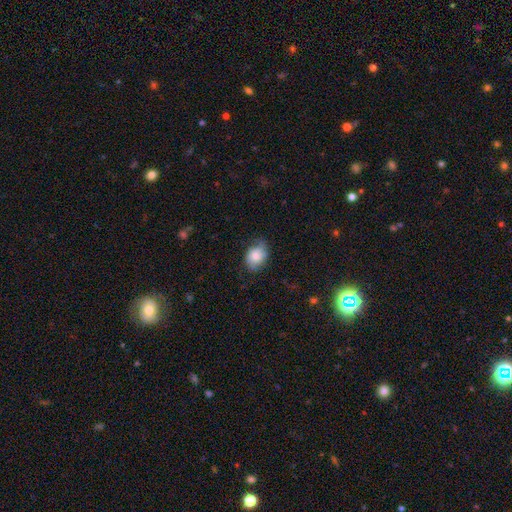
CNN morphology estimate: Overall: smooth (75%). How rounded: in between (73%). Merging: none (65%; minor disturbance 27%).